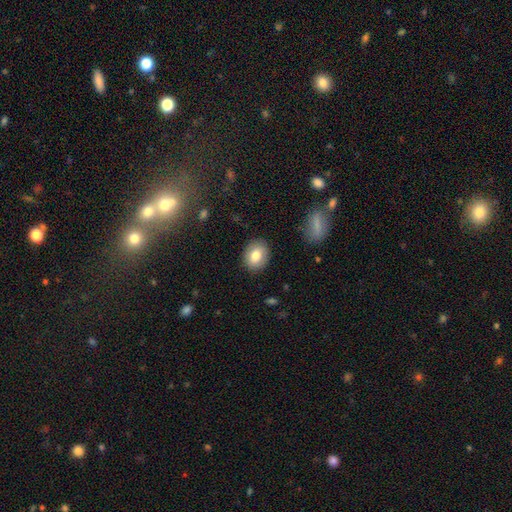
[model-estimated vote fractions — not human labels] Morphology: type=smooth (78%); roundness=in between (55%); merging=none (87%).